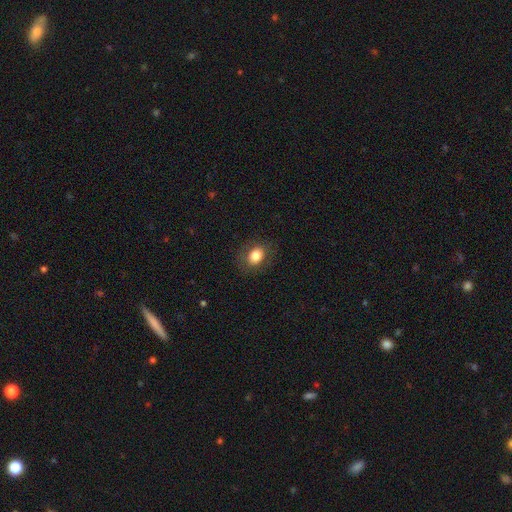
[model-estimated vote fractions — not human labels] Overall: smooth (81%). How rounded: in between (63%; round 36%). Merging: none (84%).